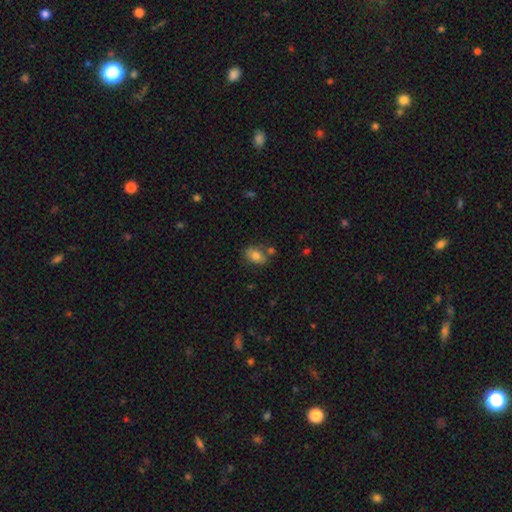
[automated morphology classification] smooth 75%, featured or disk 16%, star or artifact 9%. Down the decision tree: how rounded — in between (82%); merging — none (63%).